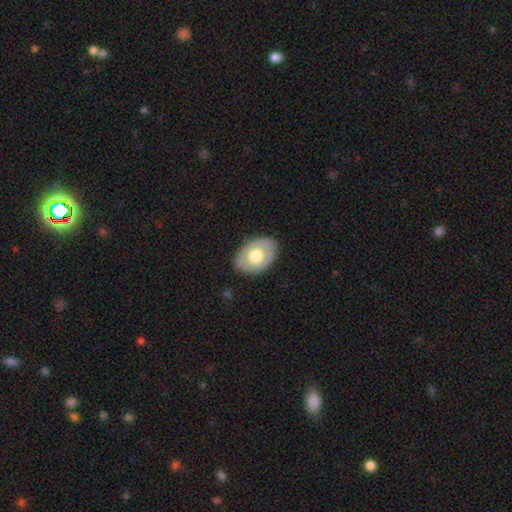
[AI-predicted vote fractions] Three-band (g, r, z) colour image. It shows a smooth galaxy with no disk features (53%) that is in between round and cigar-shaped (81%). Merging: none (83%).